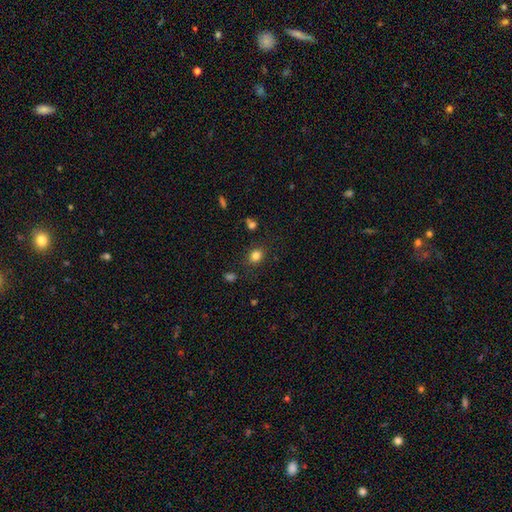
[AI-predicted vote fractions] Smooth or featured? smooth (82%)
How rounded? round (60%)
Merging? none (82%)